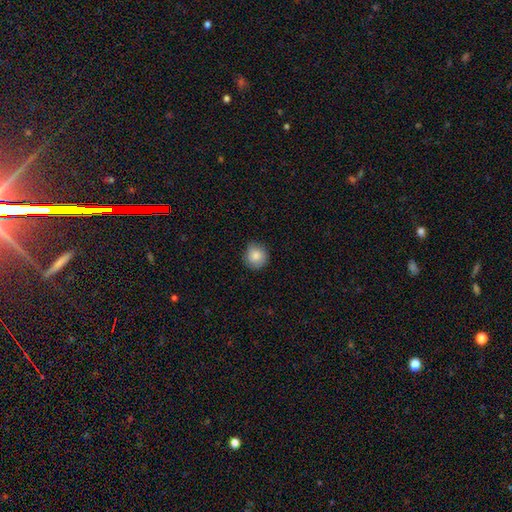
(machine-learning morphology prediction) A smooth galaxy with no disk features (85%) that is round (91%). Merging: none (82%).